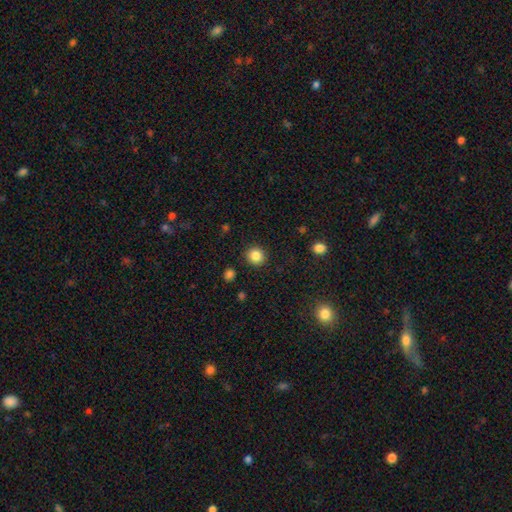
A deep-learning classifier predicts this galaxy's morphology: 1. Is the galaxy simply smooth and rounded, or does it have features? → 86% smooth, 10% star or artifact, 4% featured or disk.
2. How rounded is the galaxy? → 89% round, 10% in between, 1% cigar-shaped.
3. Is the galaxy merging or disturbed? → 91% none, 6% minor disturbance, 2% major disturbance, 1% merger.